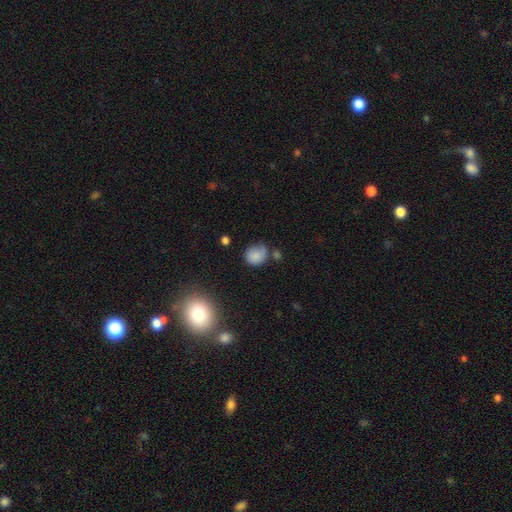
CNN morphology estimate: smooth-or-featured: smooth: 79% | star or artifact: 11% | featured or disk: 9%
  how-rounded: round: 74% | in between: 25% | cigar-shaped: 1%
  merging: none: 57% | minor disturbance: 28% | major disturbance: 7% | merger: 7%